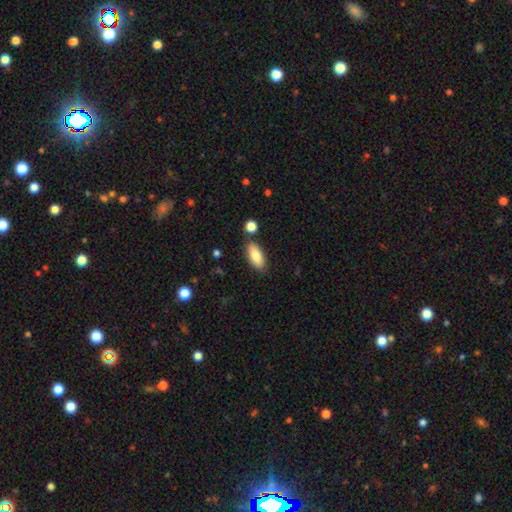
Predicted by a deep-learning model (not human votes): smooth 83%, featured or disk 10%, star or artifact 6%. Down the decision tree: how rounded — in between (86%); merging — none (81%).